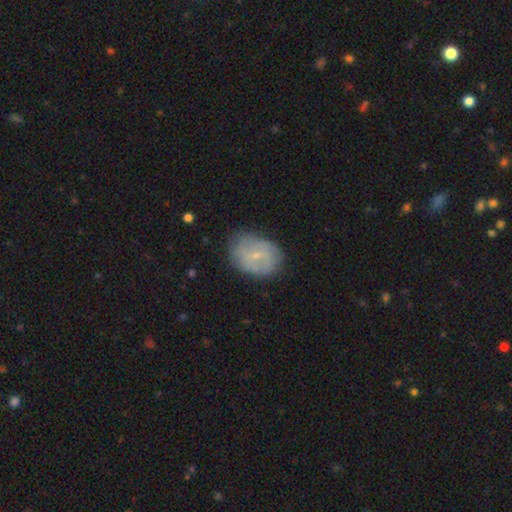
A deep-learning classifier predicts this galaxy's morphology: A featured or disk galaxy (48%).

Vote fractions:
- Smooth or featured? featured or disk: 48% / smooth: 44% / star or artifact: 8%
- Merging? none: 72% / minor disturbance: 21% / major disturbance: 6% / merger: 1%